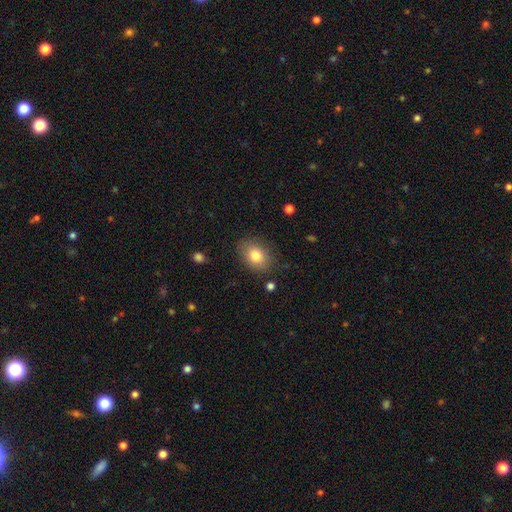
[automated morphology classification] type=smooth (81%); roundness=in between (71%); merging=none (84%).